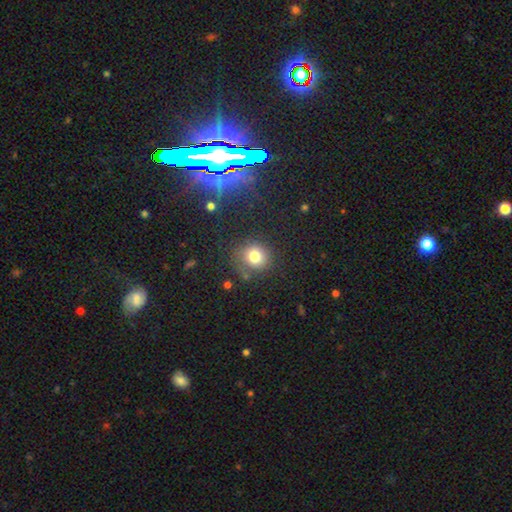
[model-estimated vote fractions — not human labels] smooth_or_featured: smooth (p=0.77) [alt: star or artifact p=0.14]
how_rounded: round (p=0.86) [alt: in between p=0.13]
merging: none (p=0.78) [alt: minor disturbance p=0.13]